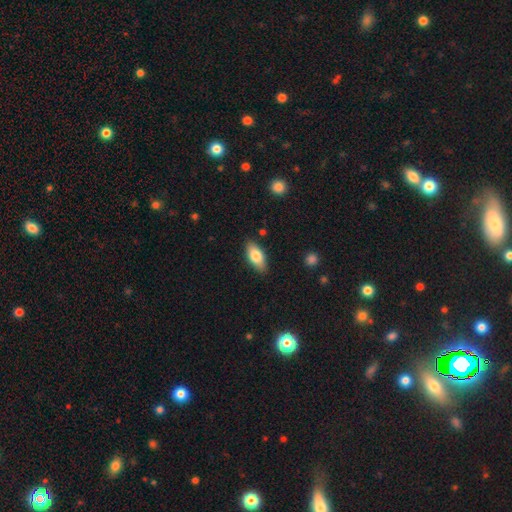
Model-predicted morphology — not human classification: smooth_or_featured: smooth (p=0.79) [alt: featured or disk p=0.15]
how_rounded: in between (p=0.88) [alt: cigar-shaped p=0.10]
merging: none (p=0.86) [alt: minor disturbance p=0.11]